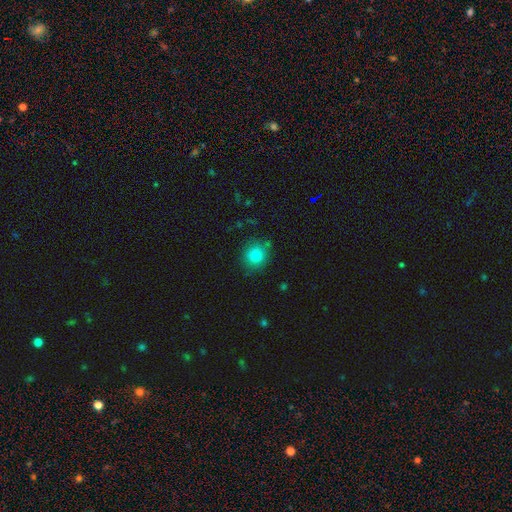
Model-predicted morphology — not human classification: Smooth or featured? smooth (80%)
How rounded? round (89%)
Merging? none (82%)